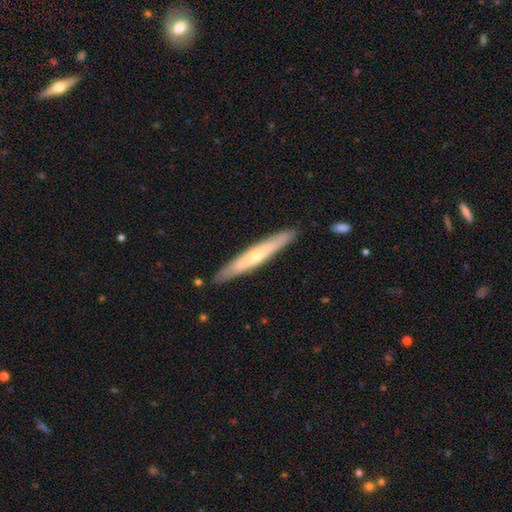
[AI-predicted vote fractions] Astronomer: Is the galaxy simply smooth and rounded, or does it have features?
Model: featured or disk — 53% (runner-up: smooth, 42%).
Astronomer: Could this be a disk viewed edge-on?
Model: yes — 89%.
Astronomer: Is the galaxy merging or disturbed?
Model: none — 89%.